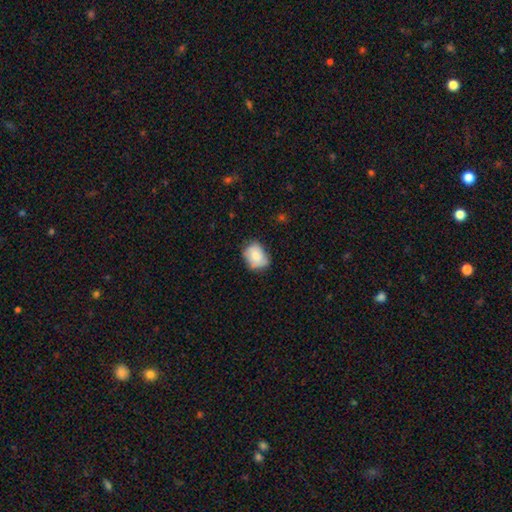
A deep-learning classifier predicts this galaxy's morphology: Overall: smooth (74%). How rounded: in between (56%; round 43%). Merging: none (58%; minor disturbance 32%).